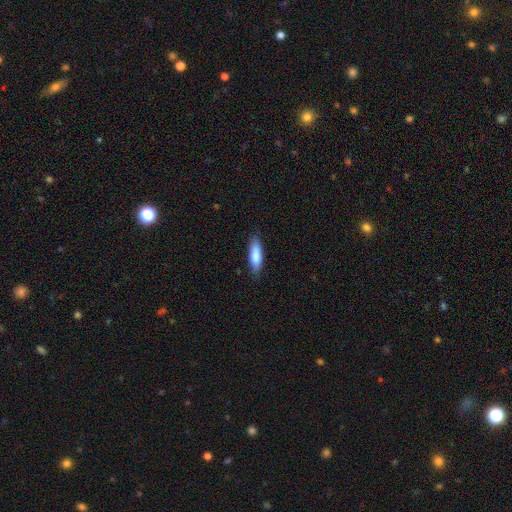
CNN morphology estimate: A smooth galaxy with no disk features (80%) that is cigar-shaped (53%). Merging: none (78%).